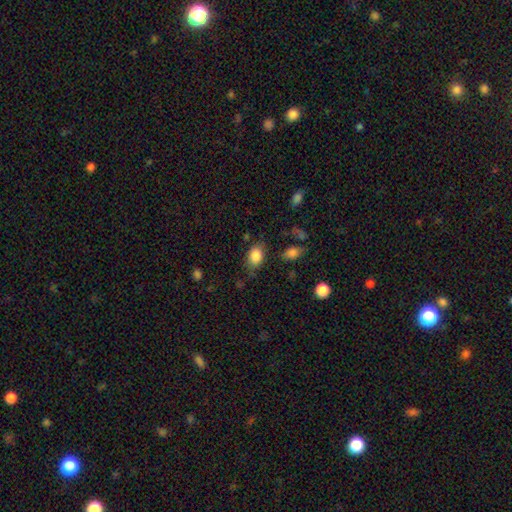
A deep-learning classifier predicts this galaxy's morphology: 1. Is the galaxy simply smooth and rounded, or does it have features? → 85% smooth, 9% star or artifact, 6% featured or disk.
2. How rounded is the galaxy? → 76% in between, 22% round, 1% cigar-shaped.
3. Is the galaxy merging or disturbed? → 70% none, 21% minor disturbance, 7% major disturbance, 3% merger.